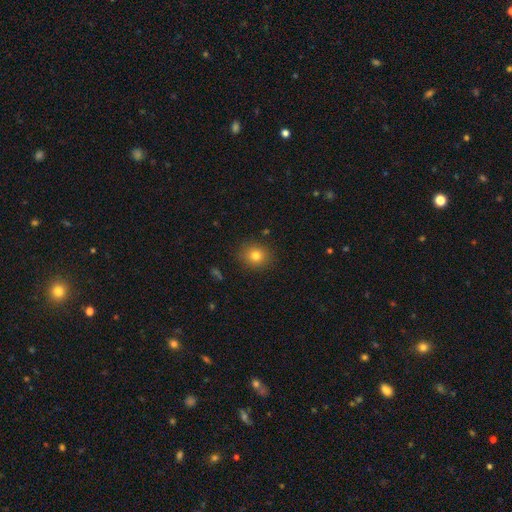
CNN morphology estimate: smooth-or-featured: smooth: 78% | star or artifact: 13% | featured or disk: 8%
  how-rounded: round: 78% | in between: 21% | cigar-shaped: 1%
  merging: none: 88% | minor disturbance: 8% | major disturbance: 3% | merger: 1%